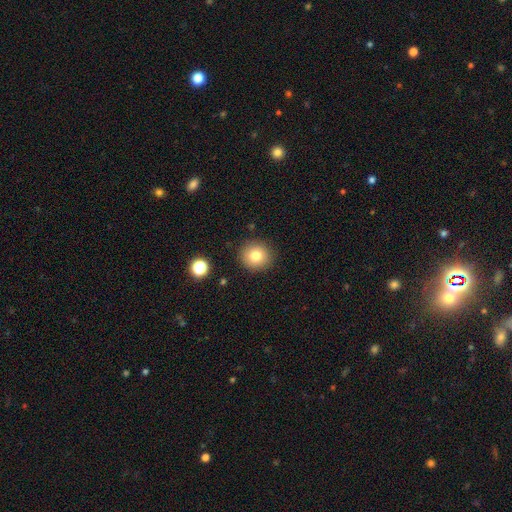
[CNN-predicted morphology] Smooth or featured: smooth — 78% (star or artifact — 12%)
How rounded: round — 90% (in between — 10%)
Merging: none — 89% (minor disturbance — 7%)